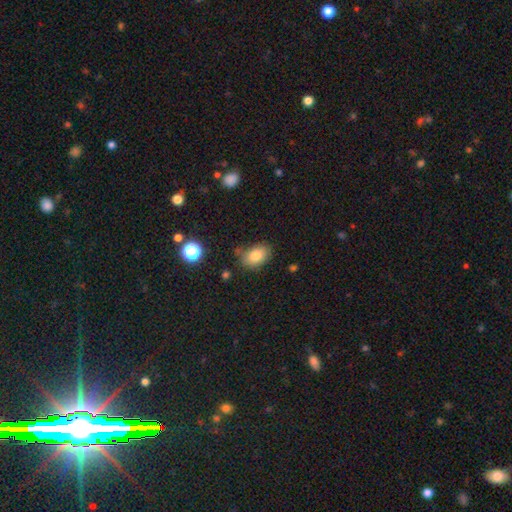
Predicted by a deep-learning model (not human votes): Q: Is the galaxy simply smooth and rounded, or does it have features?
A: smooth — 82%.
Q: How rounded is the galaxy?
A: in between — 82%.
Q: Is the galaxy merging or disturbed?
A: none — 72%.